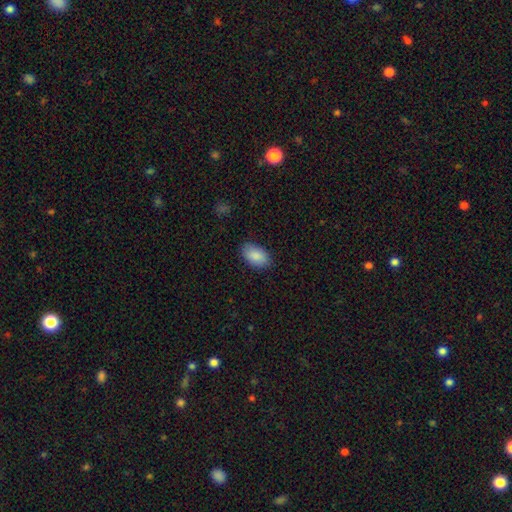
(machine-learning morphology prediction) Smooth or featured: smooth — 89% (star or artifact — 6%)
How rounded: in between — 94% (round — 4%)
Merging: none — 85% (minor disturbance — 11%)